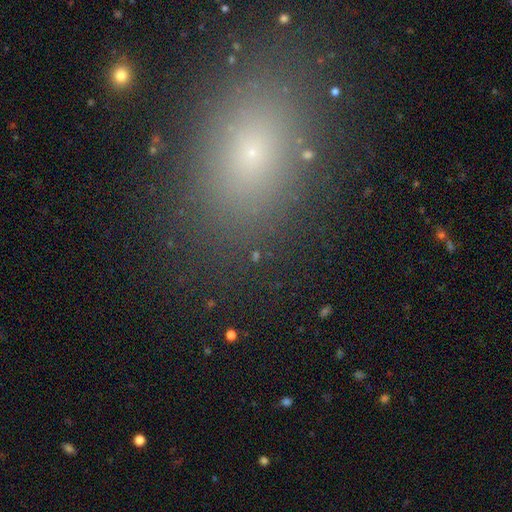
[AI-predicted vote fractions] Q: Smooth or featured?
A: star or artifact (54%); runner-up: smooth (33%)